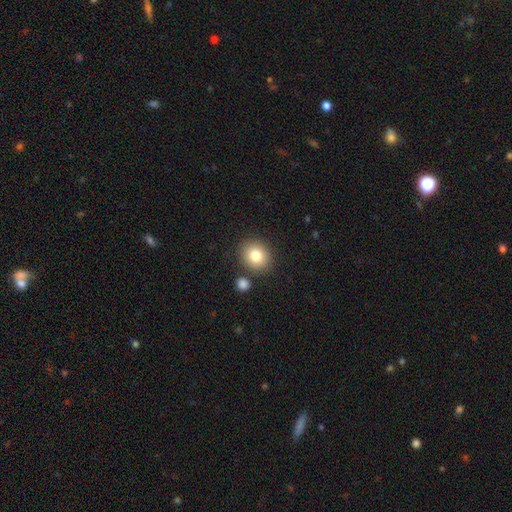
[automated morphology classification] Smooth or featured? Predicted: smooth (p=0.81). How rounded? Predicted: round (p=0.76). Merging? Predicted: none (p=0.83).